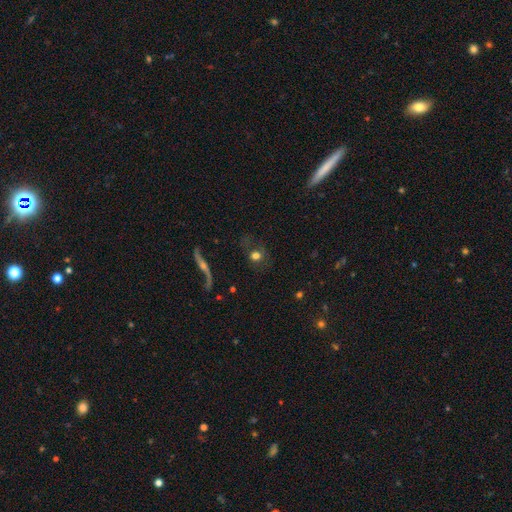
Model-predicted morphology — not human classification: A smooth galaxy with no disk features (56%) that is round (78%). Merging: none (60%).